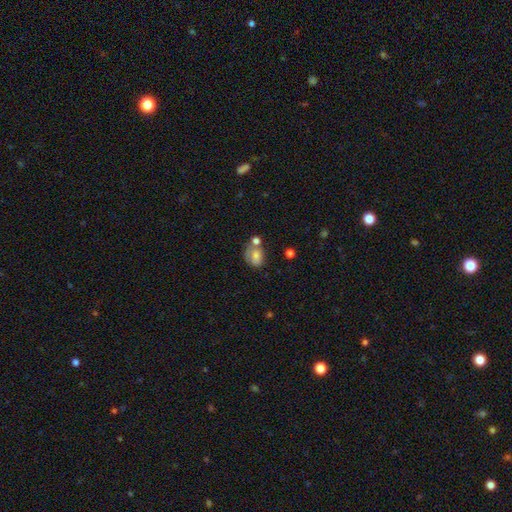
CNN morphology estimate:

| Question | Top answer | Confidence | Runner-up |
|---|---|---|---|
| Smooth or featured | smooth | 70% | featured or disk (20%) |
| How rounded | in between | 65% | round (34%) |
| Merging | none | 38% | merger (26%) |